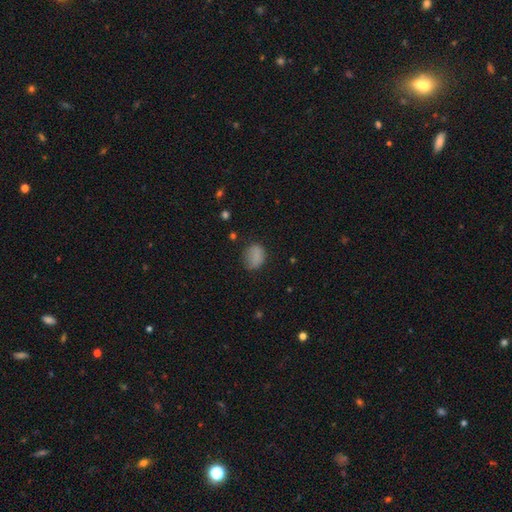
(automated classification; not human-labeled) Smooth or featured?
  - smooth: 82% *
  - star or artifact: 11%
  - featured or disk: 7%
How rounded?
  - in between: 57% *
  - round: 42%
  - cigar-shaped: 1%
Merging?
  - none: 68% *
  - minor disturbance: 23%
  - major disturbance: 8%
  - merger: 2%